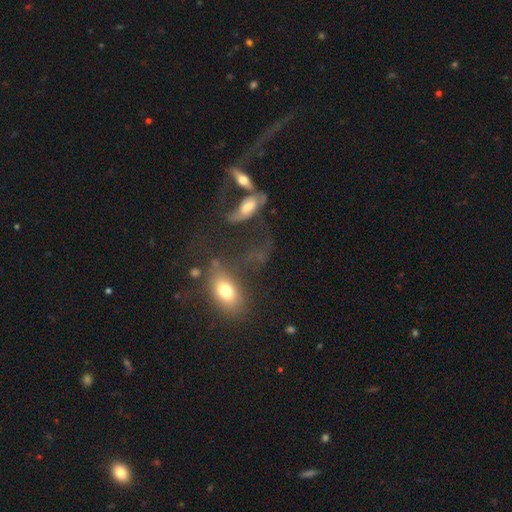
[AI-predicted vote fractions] Q: Smooth or featured?
A: smooth (46%); runner-up: featured or disk (38%)
Q: Merging?
A: none (34%); runner-up: major disturbance (26%)